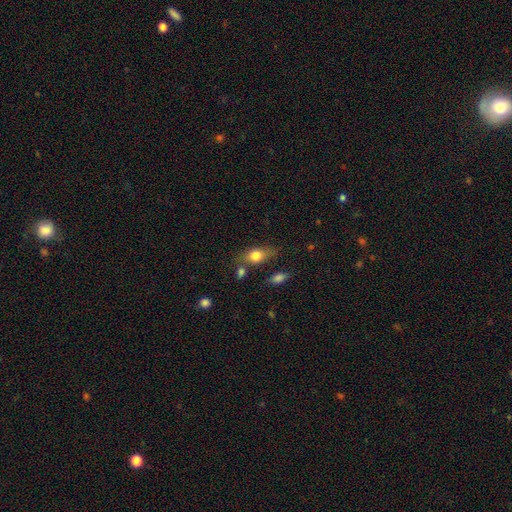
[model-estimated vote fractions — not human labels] Smooth or featured?
  - smooth: 75% *
  - featured or disk: 16%
  - star or artifact: 8%
How rounded?
  - in between: 74% *
  - round: 18%
  - cigar-shaped: 8%
Merging?
  - none: 65% *
  - minor disturbance: 19%
  - merger: 9%
  - major disturbance: 6%